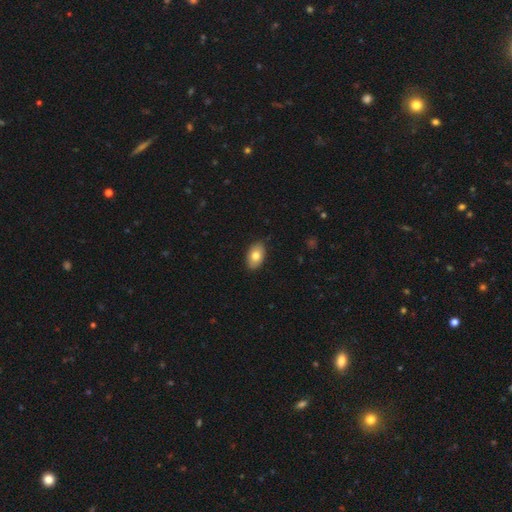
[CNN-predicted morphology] This is likely a smooth galaxy (78%). How rounded: clearly in between (91%). Merging: clearly none (86%).